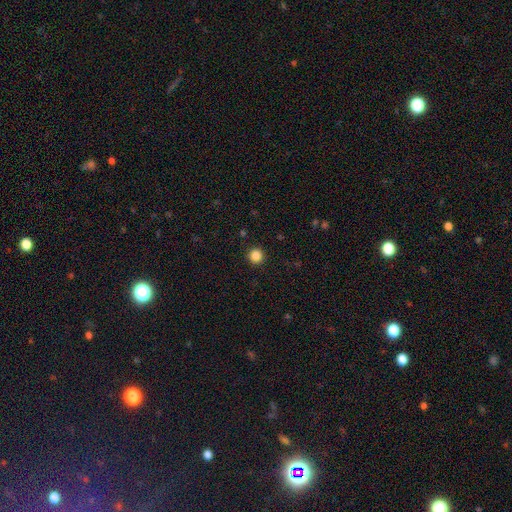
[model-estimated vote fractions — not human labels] smooth 86%, star or artifact 11%, featured or disk 3%. Down the decision tree: how rounded — round (95%); merging — none (93%).